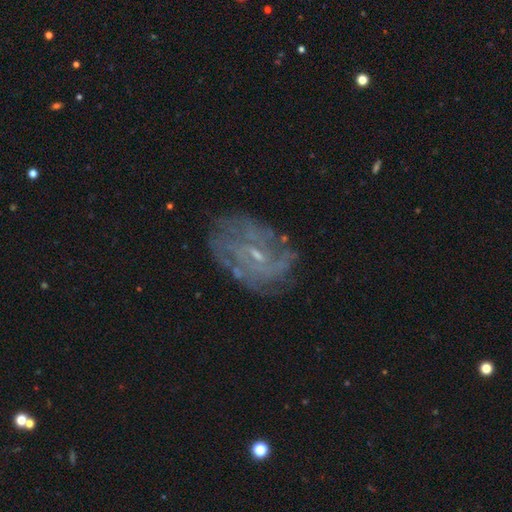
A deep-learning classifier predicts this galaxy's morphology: Smooth or featured? featured or disk (75%)
Edge-on disk? no (97%)
Bar? no (49%)
Spiral arms? yes (75%)
Spiral winding? tight (44%)
Spiral arm count? can't tell (51%)
Bulge size? small (76%)
Merging? none (68%)